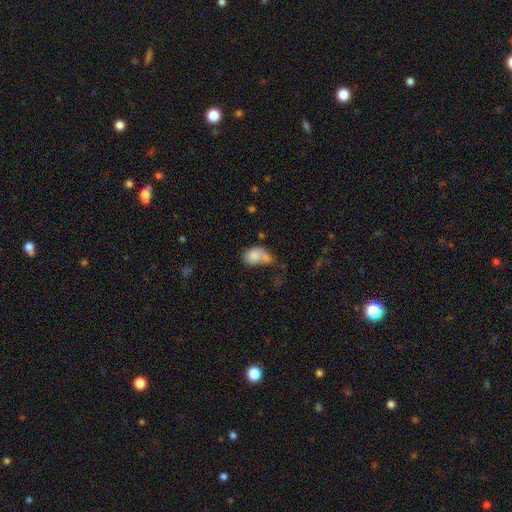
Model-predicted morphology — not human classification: Smooth or featured?
  - smooth: 77% *
  - featured or disk: 14%
  - star or artifact: 9%
How rounded?
  - in between: 73% *
  - round: 25%
  - cigar-shaped: 2%
Merging?
  - merger: 40% *
  - none: 24%
  - minor disturbance: 20%
  - major disturbance: 17%